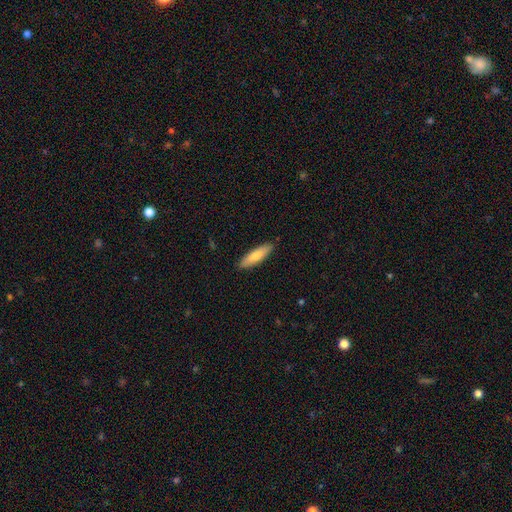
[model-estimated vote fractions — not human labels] Smooth or featured?
  - smooth: 77% *
  - featured or disk: 18%
  - star or artifact: 5%
How rounded?
  - cigar-shaped: 66% *
  - in between: 33%
  - round: 1%
Merging?
  - none: 89% *
  - minor disturbance: 8%
  - major disturbance: 2%
  - merger: 1%